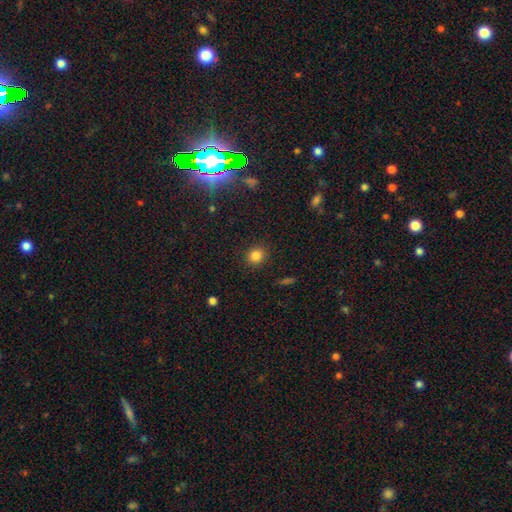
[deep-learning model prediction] The model was most divided on "how rounded": round: 84%, in between: 15%, cigar-shaped: 1%. More confident: merging — none (90%); smooth or featured — smooth (83%).